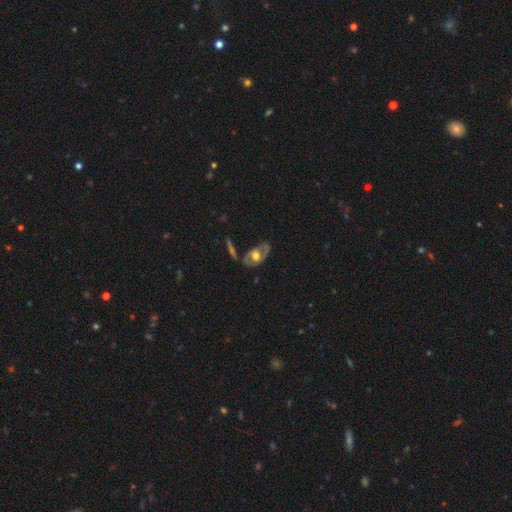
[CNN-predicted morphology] Smooth or featured? featured or disk (62%)
Edge-on disk? no (87%)
Bar? no (78%)
Spiral arms? no (59%)
Bulge size? moderate (56%)
Merging? none (62%)